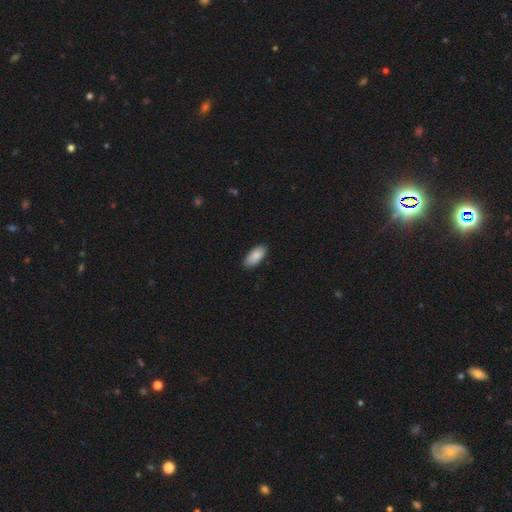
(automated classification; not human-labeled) A smooth galaxy with no disk features (88%) that is in between round and cigar-shaped (89%). Merging: none (87%).